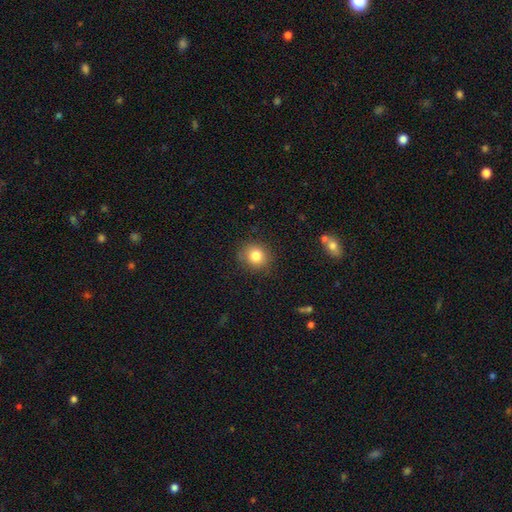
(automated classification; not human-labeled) Morphology: type=smooth (82%); roundness=round (80%); merging=none (85%).